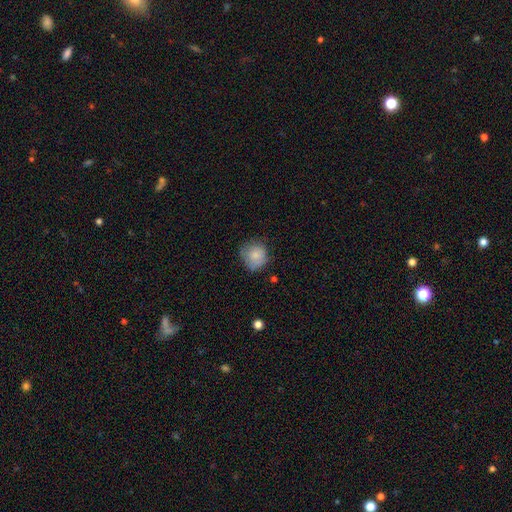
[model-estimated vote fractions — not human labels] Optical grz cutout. It shows a smooth galaxy with no disk features (80%) that is round (87%). Merging: none (65%).